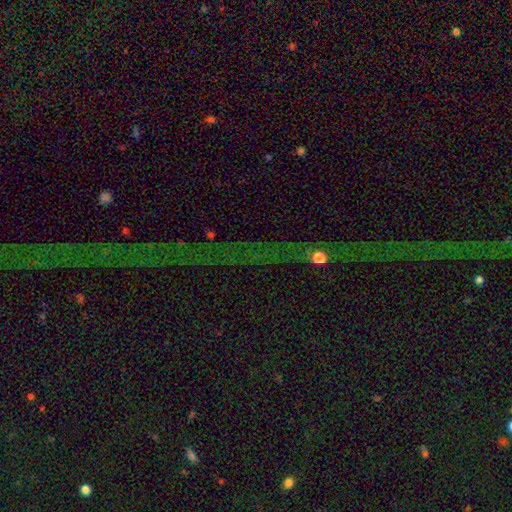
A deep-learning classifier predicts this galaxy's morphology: A star or artifact, not a galaxy (76%).

Vote fractions:
- Smooth or featured? star or artifact: 76% / featured or disk: 14% / smooth: 10%